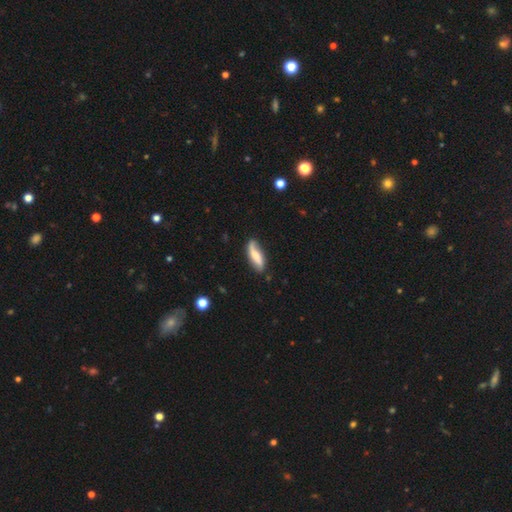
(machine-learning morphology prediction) The model was most divided on "smooth or featured": featured or disk: 51%, smooth: 43%, star or artifact: 6%. More confident: edge-on disk — no (75%); merging — none (73%).